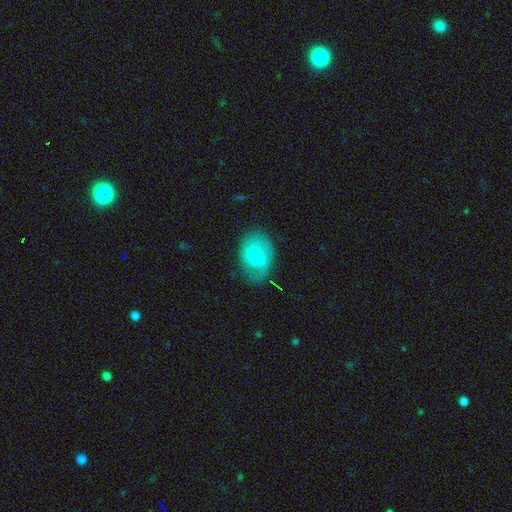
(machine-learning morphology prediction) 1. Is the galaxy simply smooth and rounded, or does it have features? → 47% smooth, 46% featured or disk, 7% star or artifact.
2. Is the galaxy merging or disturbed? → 67% none, 22% minor disturbance, 9% major disturbance, 2% merger.